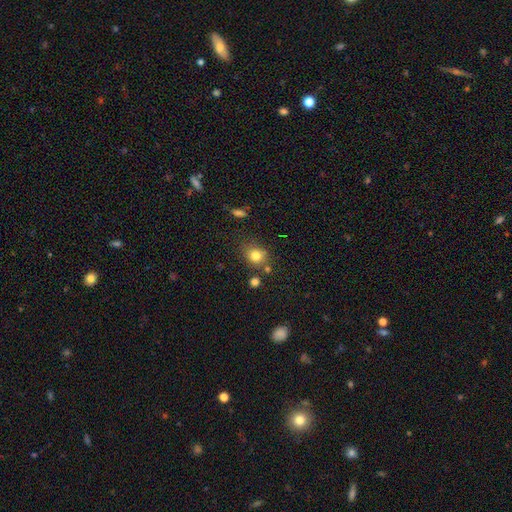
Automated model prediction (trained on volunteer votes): smooth-or-featured: smooth: 79% | star or artifact: 13% | featured or disk: 8%
  how-rounded: round: 70% | in between: 29% | cigar-shaped: 1%
  merging: none: 70% | minor disturbance: 15% | merger: 10% | major disturbance: 5%